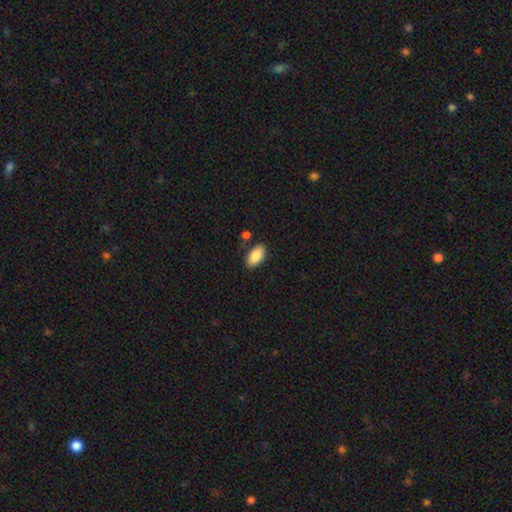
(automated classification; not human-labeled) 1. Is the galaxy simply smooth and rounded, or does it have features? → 87% smooth, 7% star or artifact, 6% featured or disk.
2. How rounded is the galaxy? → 94% in between, 3% round, 3% cigar-shaped.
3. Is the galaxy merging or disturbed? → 78% none, 13% minor disturbance, 6% merger, 3% major disturbance.